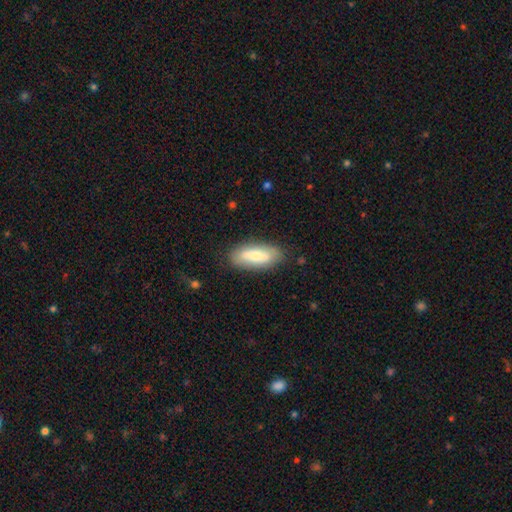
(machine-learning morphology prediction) This is likely a smooth galaxy (68%). How rounded: likely in between (76%). Merging: clearly none (82%).